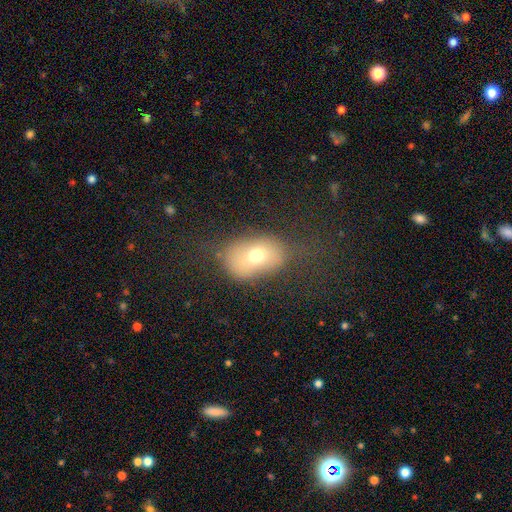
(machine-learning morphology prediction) Smooth or featured? smooth (66%)
How rounded? in between (76%)
Merging? none (52%)